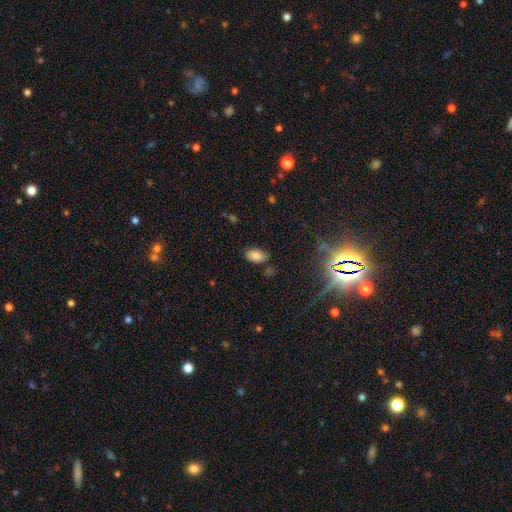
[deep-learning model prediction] Smooth or featured: smooth — 84% (star or artifact — 11%)
How rounded: in between — 93% (round — 5%)
Merging: none — 78% (minor disturbance — 15%)